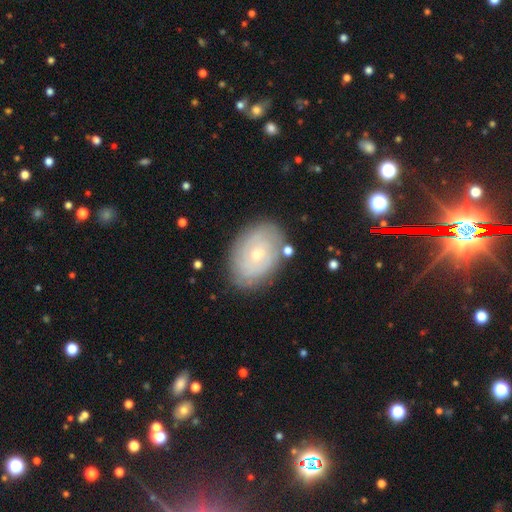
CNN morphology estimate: Smooth or featured? Predicted: featured or disk (p=0.65). Edge-on disk? Predicted: no (p=0.95). Bar? Predicted: no (p=0.67). Spiral arms? Predicted: yes (p=0.78). Bulge size? Predicted: small (p=0.61). Merging? Predicted: none (p=0.80).